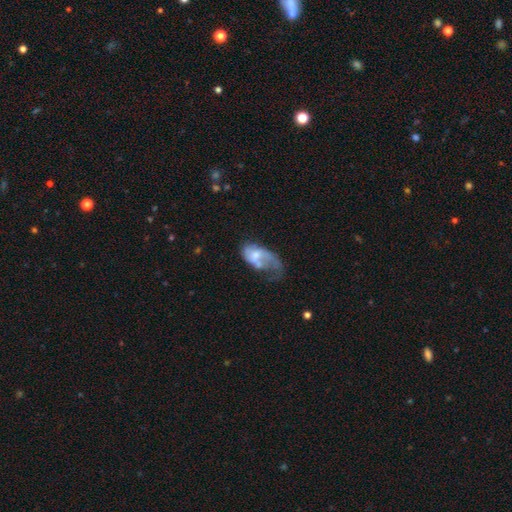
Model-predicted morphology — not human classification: This is possibly a featured or disk galaxy (52%). It is clearly not viewed edge-on (96%). Merging: possibly major disturbance (51%).